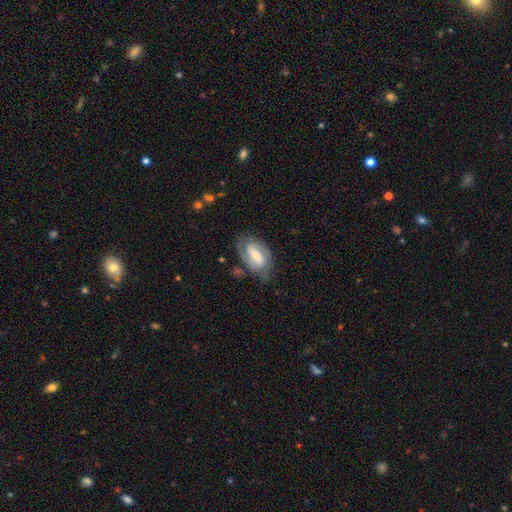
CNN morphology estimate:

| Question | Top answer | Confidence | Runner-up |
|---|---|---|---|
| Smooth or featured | featured or disk | 75% | smooth (20%) |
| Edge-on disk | no | 95% | yes (5%) |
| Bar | strong | 43% | weak (38%) |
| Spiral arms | yes | 87% | no (13%) |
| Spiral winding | tight | 44% | medium (42%) |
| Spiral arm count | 2 | 73% | can't tell (14%) |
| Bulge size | small | 49% | moderate (44%) |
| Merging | none | 67% | minor disturbance (21%) |